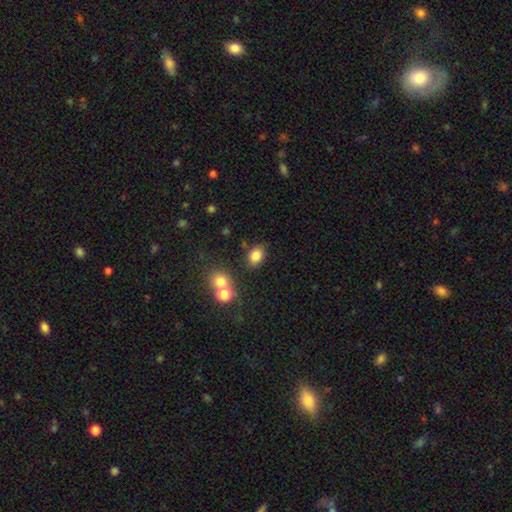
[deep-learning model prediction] smooth_or_featured: smooth (p=0.82) [alt: star or artifact p=0.11]
how_rounded: in between (p=0.67) [alt: round p=0.31]
merging: none (p=0.76) [alt: minor disturbance p=0.12]